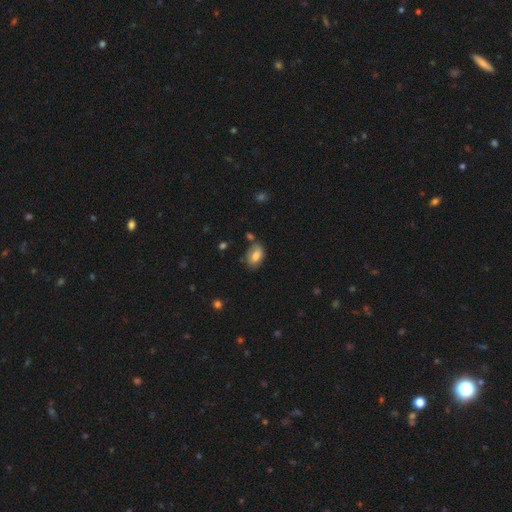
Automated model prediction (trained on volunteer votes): This appears to be a smooth galaxy with no disk features (74%) that is in between round and cigar-shaped (87%). Merging: none (63%).